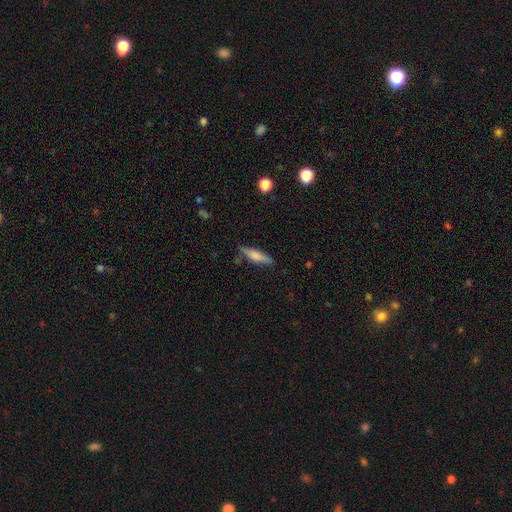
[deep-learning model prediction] Smooth or featured? smooth (60%)
How rounded? cigar-shaped (71%)
Merging? none (78%)